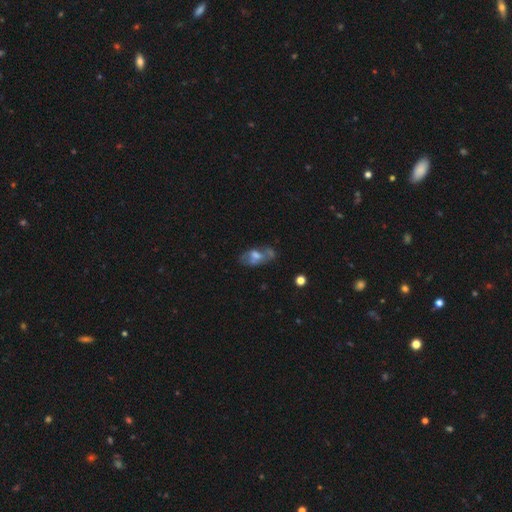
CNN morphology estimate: The model was most divided on "smooth or featured": featured or disk: 52%, smooth: 38%, star or artifact: 10%. Remaining: edge-on disk — no (88%); merging — none (48%).